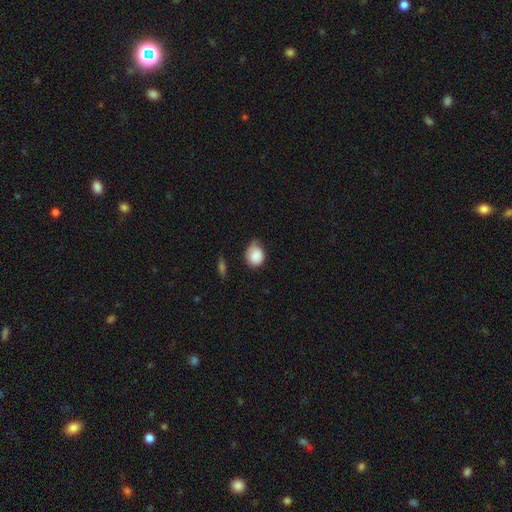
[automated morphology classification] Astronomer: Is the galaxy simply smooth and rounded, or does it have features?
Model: smooth — 86%.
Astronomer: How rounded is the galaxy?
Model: round — 68%.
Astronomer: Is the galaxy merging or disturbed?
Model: minor disturbance — 45% (runner-up: none, 43%).